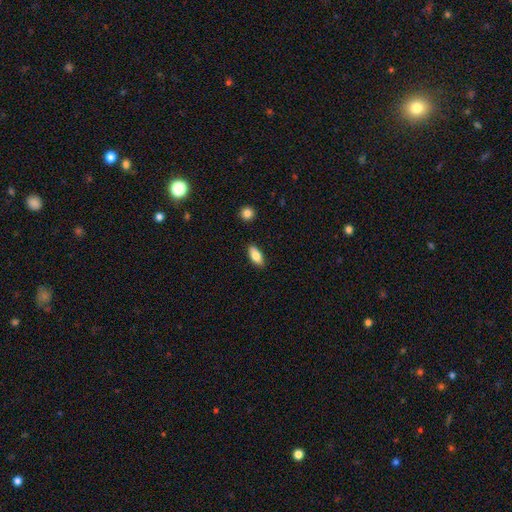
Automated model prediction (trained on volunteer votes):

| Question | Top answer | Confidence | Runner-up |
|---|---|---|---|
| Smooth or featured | smooth | 80% | featured or disk (14%) |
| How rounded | in between | 86% | cigar-shaped (12%) |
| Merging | none | 87% | minor disturbance (9%) |